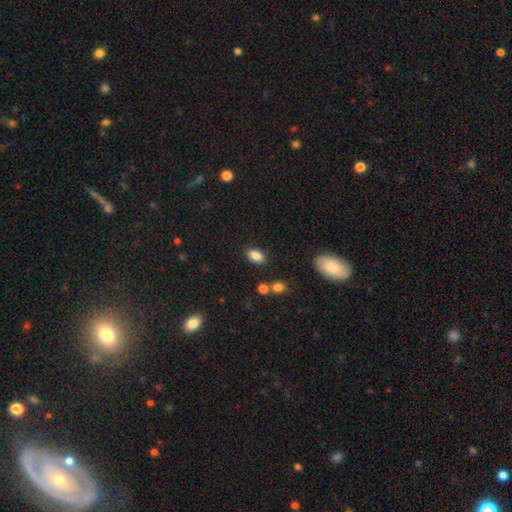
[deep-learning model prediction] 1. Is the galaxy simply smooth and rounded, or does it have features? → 85% smooth, 9% star or artifact, 5% featured or disk.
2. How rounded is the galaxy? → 87% in between, 11% round, 2% cigar-shaped.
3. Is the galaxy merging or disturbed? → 84% none, 10% minor disturbance, 4% merger, 3% major disturbance.